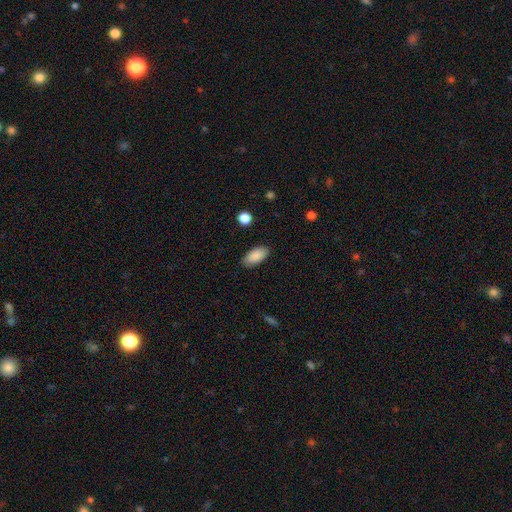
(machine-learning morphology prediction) Smooth or featured? Predicted: smooth (p=0.89). How rounded? Predicted: in between (p=0.93). Merging? Predicted: none (p=0.87).